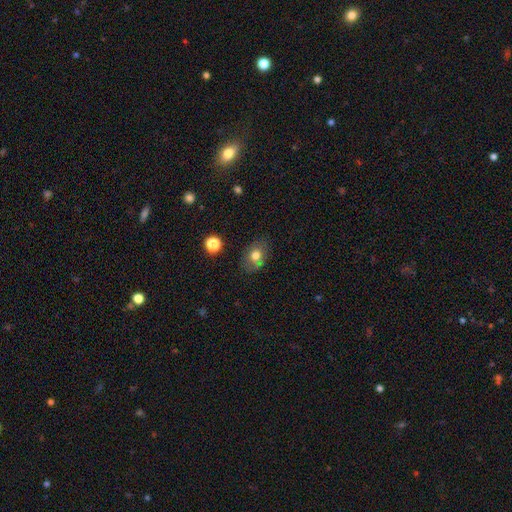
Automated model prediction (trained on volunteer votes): Q: Smooth or featured?
A: smooth (73%); runner-up: featured or disk (17%)
Q: How rounded?
A: in between (69%); runner-up: round (30%)
Q: Merging?
A: none (80%); runner-up: minor disturbance (15%)